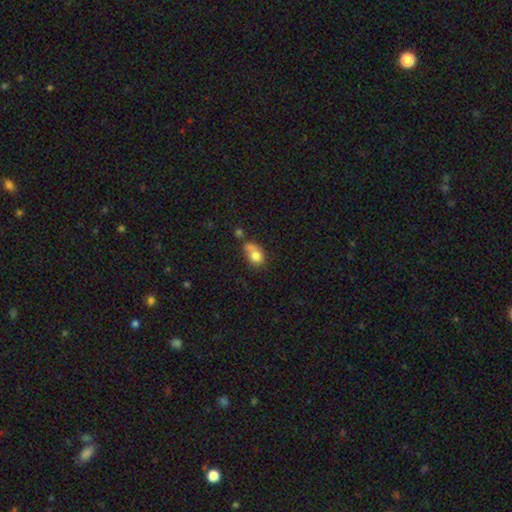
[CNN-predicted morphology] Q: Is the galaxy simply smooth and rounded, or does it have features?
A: smooth — 76%.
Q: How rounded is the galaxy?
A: in between — 61%.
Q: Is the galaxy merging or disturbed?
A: merger — 34%.